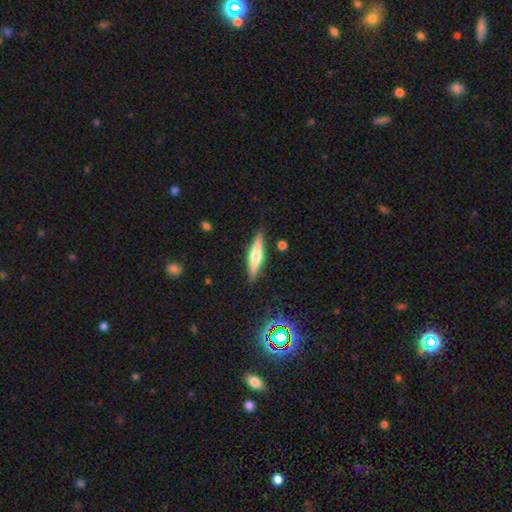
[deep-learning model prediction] The model was most divided on "smooth or featured": featured or disk: 54%, smooth: 39%, star or artifact: 7%. More confident: edge-on disk — yes (96%); merging — none (88%); edge-on bulge — rounded (83%).